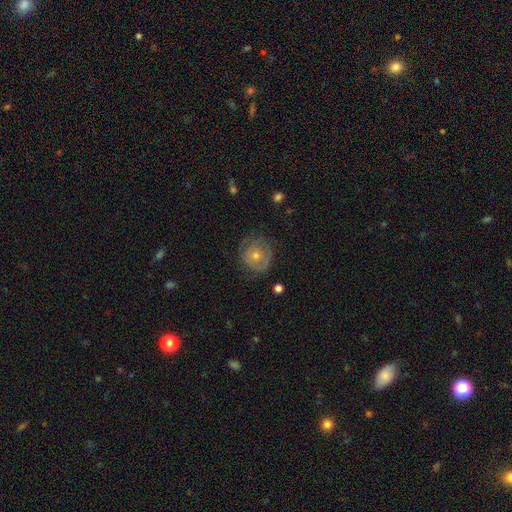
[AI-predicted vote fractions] Morphology: type=featured or disk (59%); edge-on=no (97%); bar=no (83%); spiral arms=yes (66%); bulge=moderate (54%); merging=none (74%).